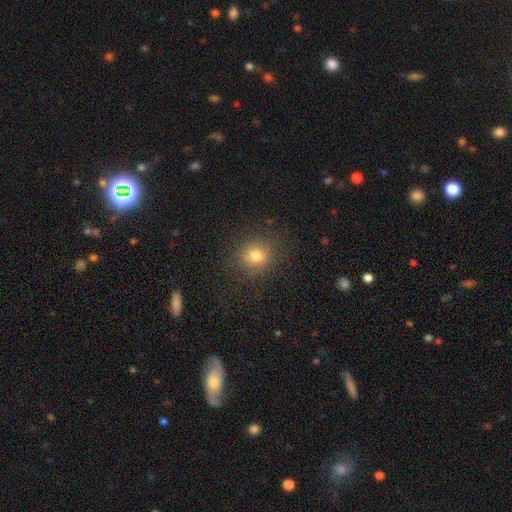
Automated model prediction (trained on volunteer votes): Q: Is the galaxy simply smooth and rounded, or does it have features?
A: smooth — 78%.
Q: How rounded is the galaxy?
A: round — 85%.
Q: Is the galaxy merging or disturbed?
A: none — 88%.